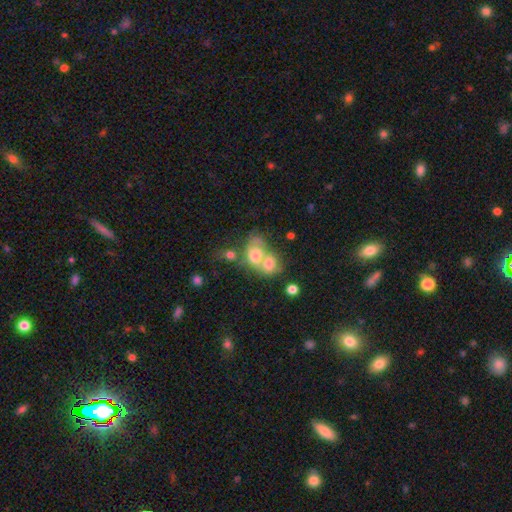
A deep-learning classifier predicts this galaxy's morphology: smooth-or-featured: smooth: 64% | featured or disk: 25% | star or artifact: 10%
  how-rounded: in between: 54% | round: 45% | cigar-shaped: 1%
  merging: merger: 74% | none: 14% | minor disturbance: 6% | major disturbance: 6%